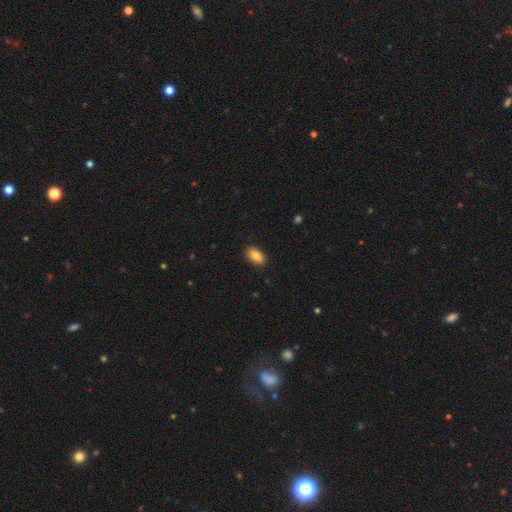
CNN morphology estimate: This is clearly a smooth galaxy (82%). How rounded: clearly in between (88%). Merging: clearly none (88%).